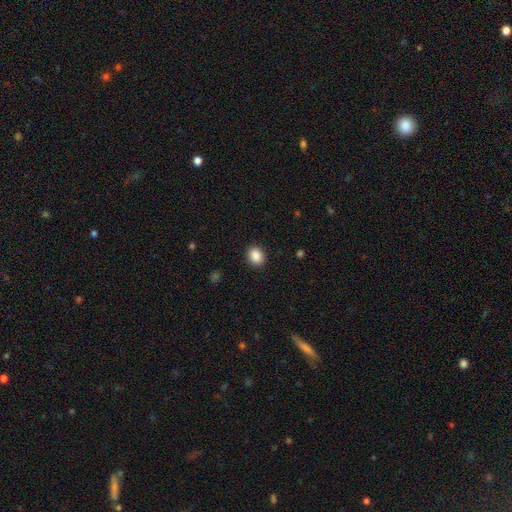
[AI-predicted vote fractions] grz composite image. It shows a smooth galaxy with no disk features (89%) that is round (53%). Merging: none (90%).